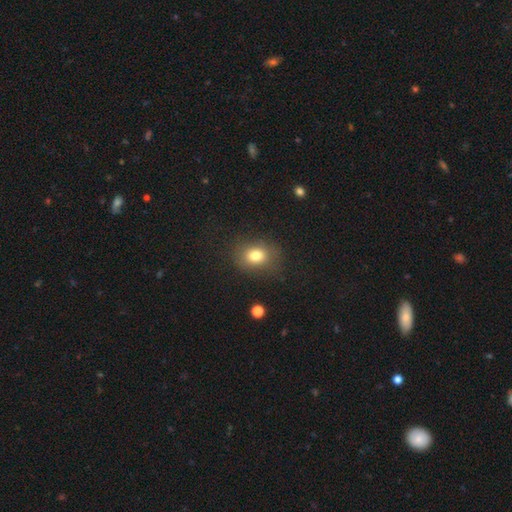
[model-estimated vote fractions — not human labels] Overall: smooth (78%). How rounded: round (50%; in between 49%). Merging: none (78%).